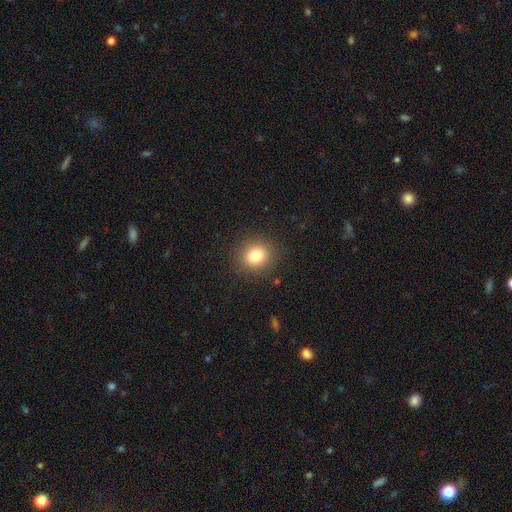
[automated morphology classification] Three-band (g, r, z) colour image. It shows a smooth galaxy with no disk features (82%) that is round (78%). Merging: none (88%).